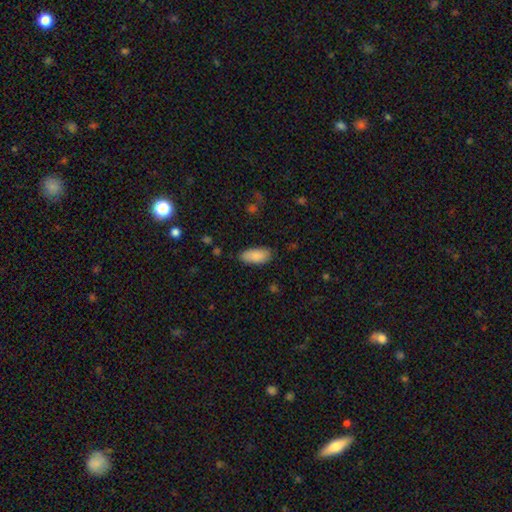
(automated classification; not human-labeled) Smooth or featured: smooth — 88% (star or artifact — 6%)
How rounded: in between — 88% (cigar-shaped — 10%)
Merging: none — 80% (minor disturbance — 16%)